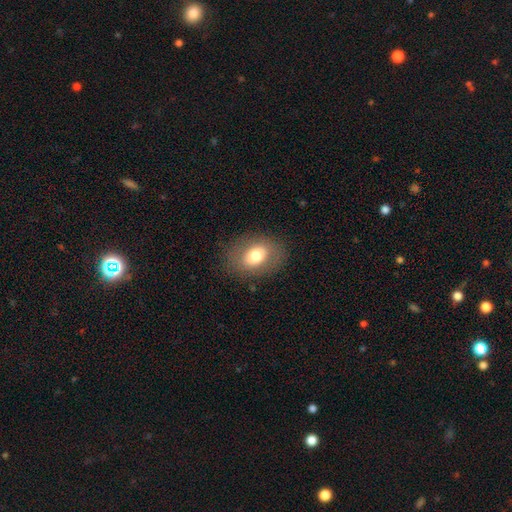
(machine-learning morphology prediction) Smooth or featured? Predicted: smooth (p=0.70). How rounded? Predicted: in between (p=0.74). Merging? Predicted: none (p=0.82).